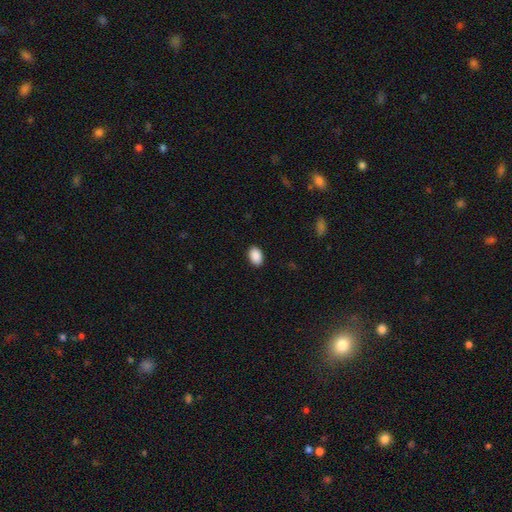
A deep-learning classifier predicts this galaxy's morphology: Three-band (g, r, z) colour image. It shows a smooth galaxy with no disk features (91%) that is in between round and cigar-shaped (86%). Merging: none (90%).